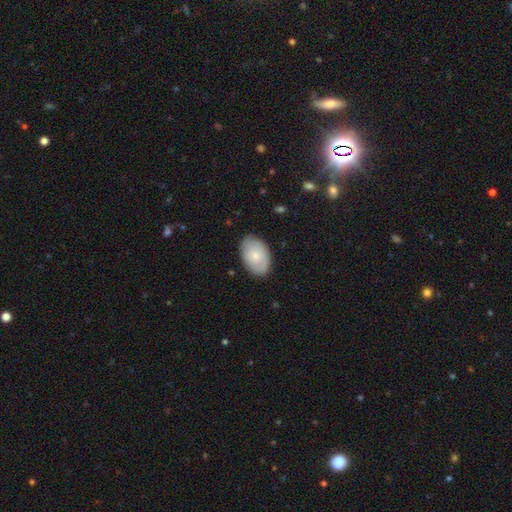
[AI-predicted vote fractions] smooth_or_featured: smooth (p=0.71) [alt: featured or disk p=0.24]
how_rounded: in between (p=0.90) [alt: round p=0.09]
merging: none (p=0.84) [alt: minor disturbance p=0.13]